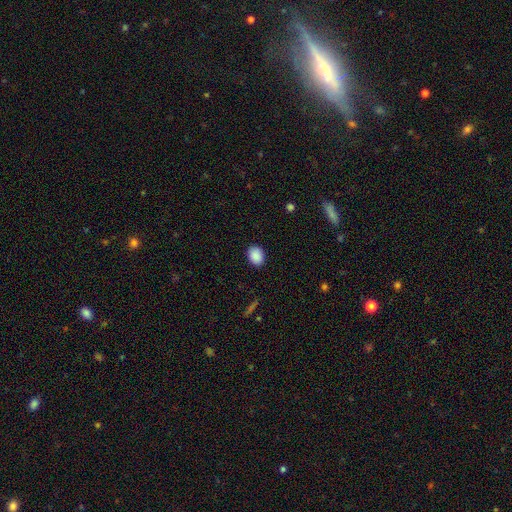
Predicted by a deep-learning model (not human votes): This is clearly a smooth galaxy (90%). How rounded: likely in between (67%). Merging: clearly none (89%).